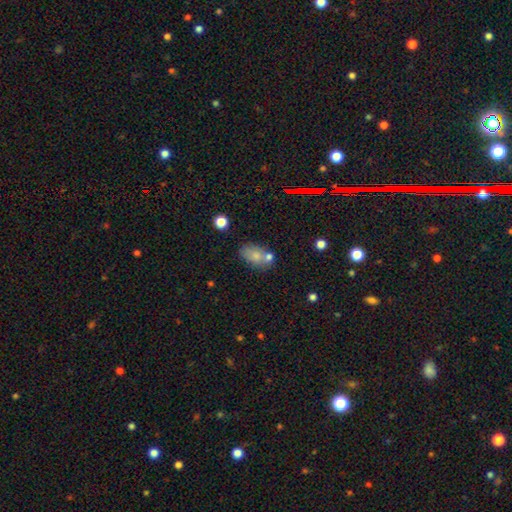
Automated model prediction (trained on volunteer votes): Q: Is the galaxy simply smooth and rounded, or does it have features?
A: smooth — 75%.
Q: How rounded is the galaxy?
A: in between — 86%.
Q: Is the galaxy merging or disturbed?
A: none — 55%.